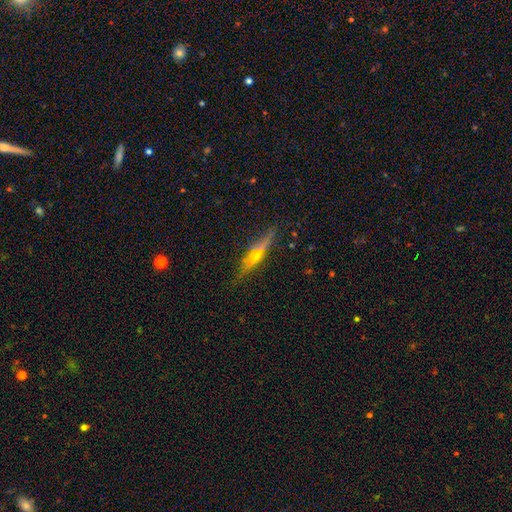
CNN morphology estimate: Q: Smooth or featured?
A: featured or disk (54%); runner-up: smooth (31%)
Q: Edge-on disk?
A: yes (90%); runner-up: no (10%)
Q: Merging?
A: none (83%); runner-up: minor disturbance (11%)